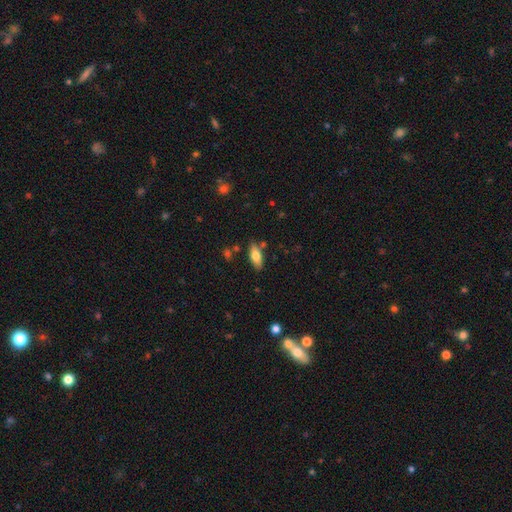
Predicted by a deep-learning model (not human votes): Smooth or featured?
  - smooth: 75% *
  - featured or disk: 18%
  - star or artifact: 7%
How rounded?
  - in between: 80% *
  - cigar-shaped: 17%
  - round: 2%
Merging?
  - none: 80% *
  - minor disturbance: 13%
  - merger: 5%
  - major disturbance: 3%